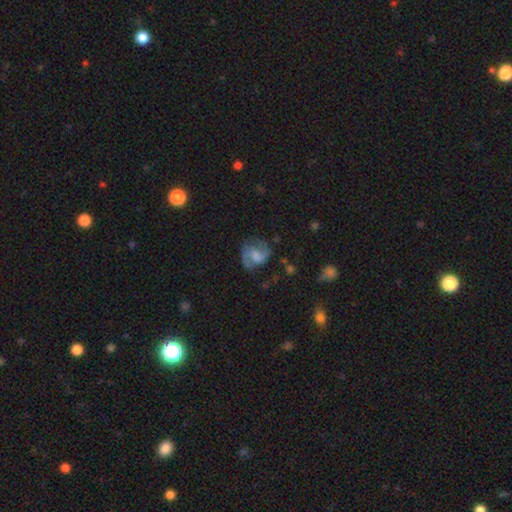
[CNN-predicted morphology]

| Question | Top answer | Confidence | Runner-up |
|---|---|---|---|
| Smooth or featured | featured or disk | 70% | smooth (22%) |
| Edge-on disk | no | 98% | yes (2%) |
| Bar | weak | 48% | no (40%) |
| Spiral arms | yes | 90% | no (10%) |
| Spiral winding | medium | 51% | loose (28%) |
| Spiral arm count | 2 | 75% | can't tell (10%) |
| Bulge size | moderate | 33% | none (28%) |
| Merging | none | 62% | minor disturbance (21%) |